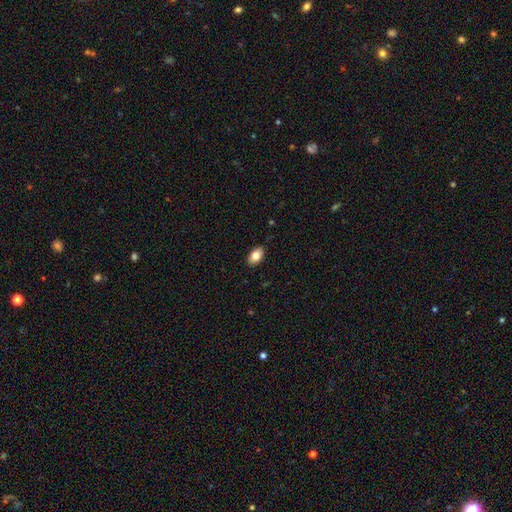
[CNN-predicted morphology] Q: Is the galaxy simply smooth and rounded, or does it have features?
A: smooth — 82%.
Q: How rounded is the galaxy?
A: in between — 92%.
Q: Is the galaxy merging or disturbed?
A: none — 87%.